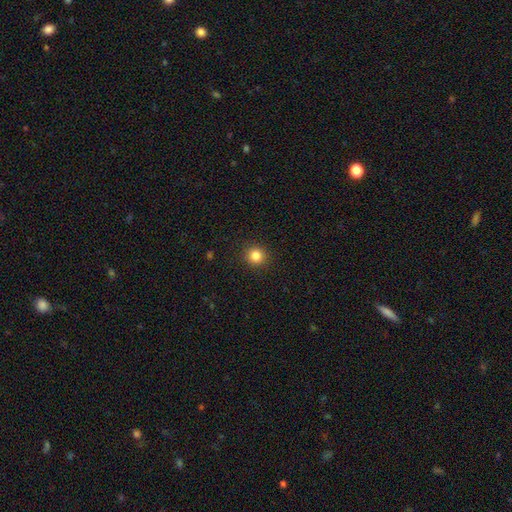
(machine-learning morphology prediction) Q: Smooth or featured?
A: smooth (84%); runner-up: star or artifact (12%)
Q: How rounded?
A: round (93%); runner-up: in between (6%)
Q: Merging?
A: none (92%); runner-up: minor disturbance (5%)